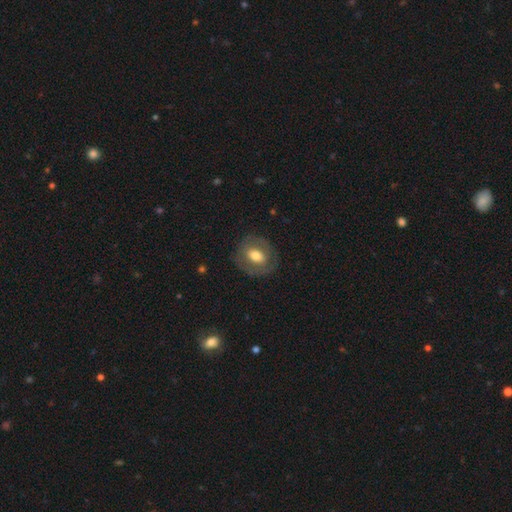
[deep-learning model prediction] Smooth or featured?
  - smooth: 55% *
  - featured or disk: 39%
  - star or artifact: 7%
How rounded?
  - round: 57% *
  - in between: 42%
  - cigar-shaped: 1%
Merging?
  - none: 79% *
  - minor disturbance: 13%
  - major disturbance: 7%
  - merger: 1%